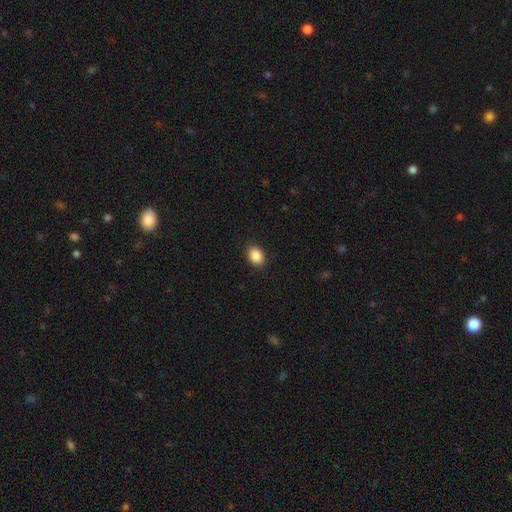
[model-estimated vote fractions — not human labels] Q: Smooth or featured?
A: smooth (88%); runner-up: star or artifact (8%)
Q: How rounded?
A: in between (70%); runner-up: round (29%)
Q: Merging?
A: none (89%); runner-up: minor disturbance (8%)